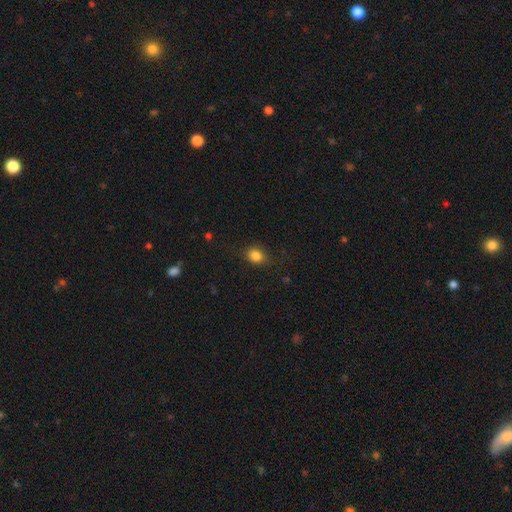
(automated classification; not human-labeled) The model was most divided on "how rounded": round: 50%, in between: 49%, cigar-shaped: 1%. More confident: smooth or featured — smooth (84%); merging — none (83%).